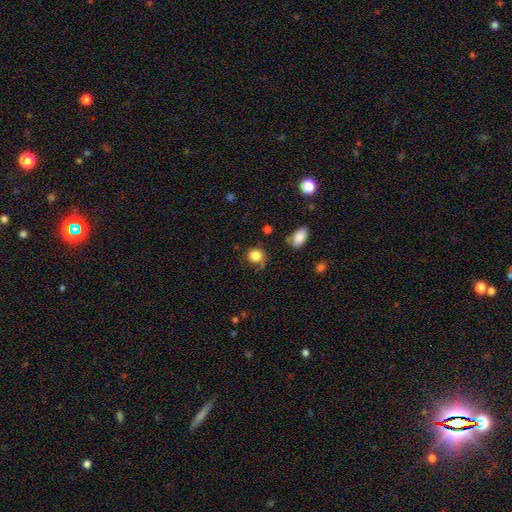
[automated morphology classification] type=smooth (84%); roundness=round (82%); merging=none (69%).